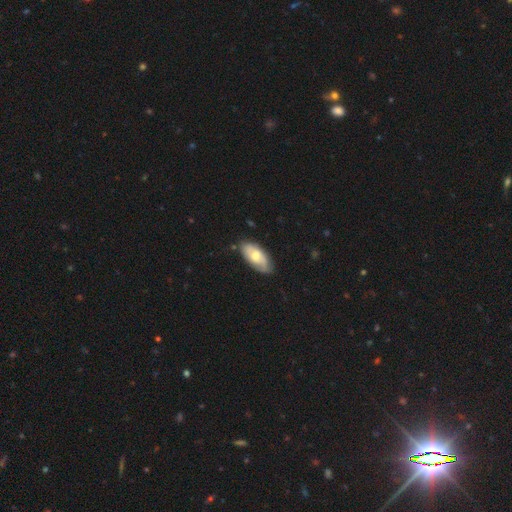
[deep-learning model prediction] Overall: smooth (55%; featured or disk 39%). How rounded: in between (90%). Merging: none (76%).